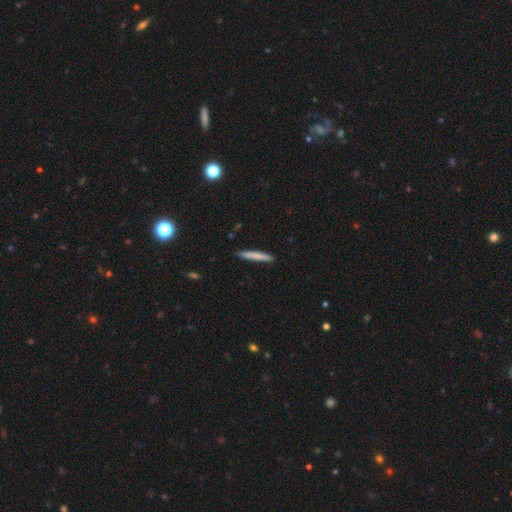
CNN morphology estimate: This appears to be a smooth galaxy with no disk features (78%) that is cigar-shaped (95%). Merging: none (90%).